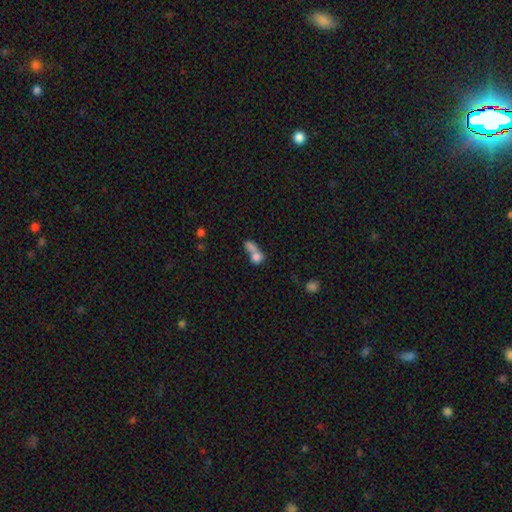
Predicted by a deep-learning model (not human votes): smooth 77%, featured or disk 13%, star or artifact 10%. Down the decision tree: how rounded — round (54%); merging — merger (70%).